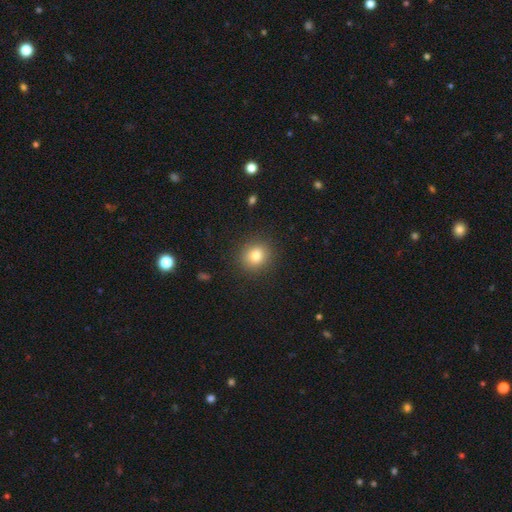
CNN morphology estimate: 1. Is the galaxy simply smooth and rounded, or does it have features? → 81% smooth, 11% star or artifact, 8% featured or disk.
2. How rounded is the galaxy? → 85% round, 14% in between, 1% cigar-shaped.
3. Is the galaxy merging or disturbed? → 89% none, 7% minor disturbance, 3% major disturbance, 1% merger.